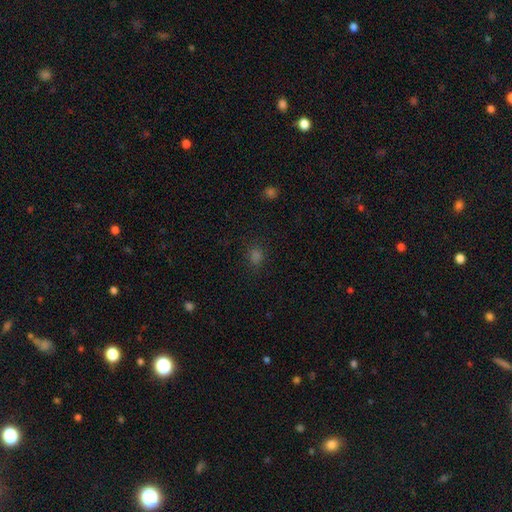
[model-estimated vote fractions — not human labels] Q: Smooth or featured?
A: smooth (69%); runner-up: star or artifact (26%)
Q: How rounded?
A: round (62%); runner-up: in between (37%)
Q: Merging?
A: none (85%); runner-up: minor disturbance (10%)